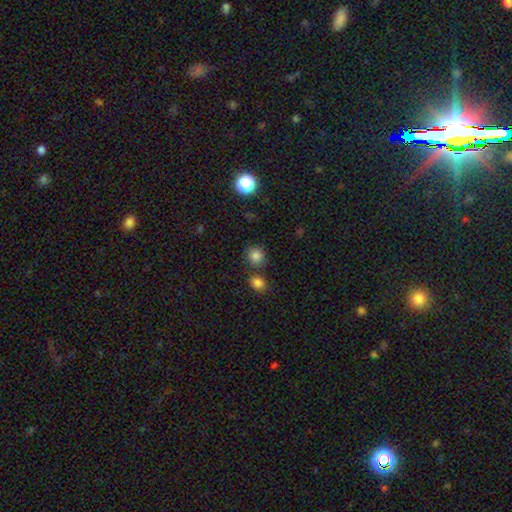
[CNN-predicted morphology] smooth_or_featured: smooth (p=0.82) [alt: star or artifact p=0.13]
how_rounded: round (p=0.85) [alt: in between p=0.14]
merging: none (p=0.71) [alt: merger p=0.14]